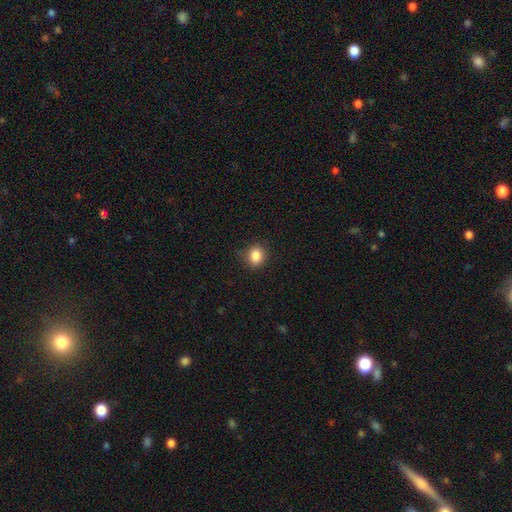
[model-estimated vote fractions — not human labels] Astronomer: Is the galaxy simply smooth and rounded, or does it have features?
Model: smooth — 86%.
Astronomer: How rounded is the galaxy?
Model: round — 60% (runner-up: in between, 39%).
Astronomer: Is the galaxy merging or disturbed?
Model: none — 81%.